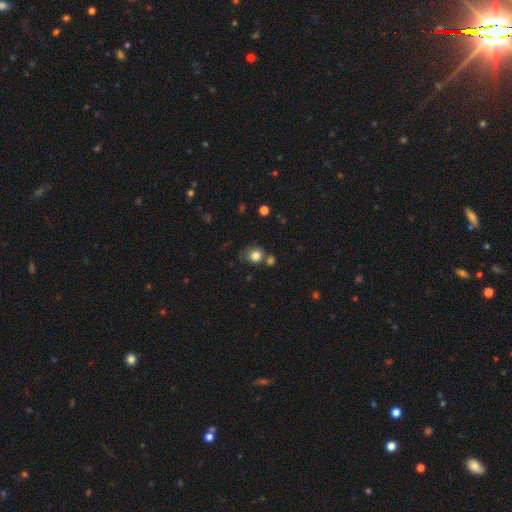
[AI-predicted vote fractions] Morphology: type=smooth (81%); roundness=round (77%); merging=none (60%).